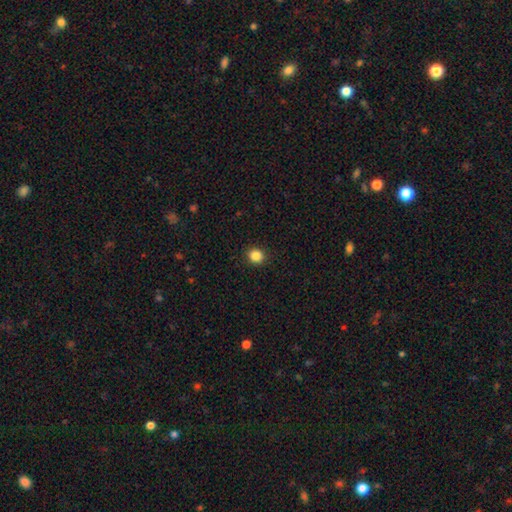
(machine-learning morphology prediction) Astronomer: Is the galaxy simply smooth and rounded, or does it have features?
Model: smooth — 86%.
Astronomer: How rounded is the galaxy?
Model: round — 88%.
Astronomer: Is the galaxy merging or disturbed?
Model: none — 92%.